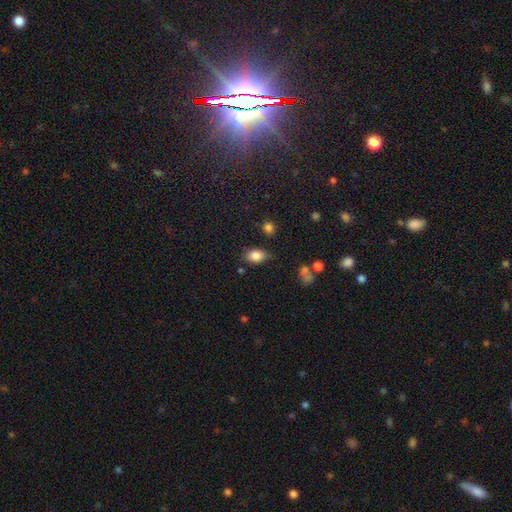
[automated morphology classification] The model was most divided on "merging": none: 75%, minor disturbance: 17%, major disturbance: 4%, merger: 4%. More confident: how rounded — in between (86%); smooth or featured — smooth (84%).